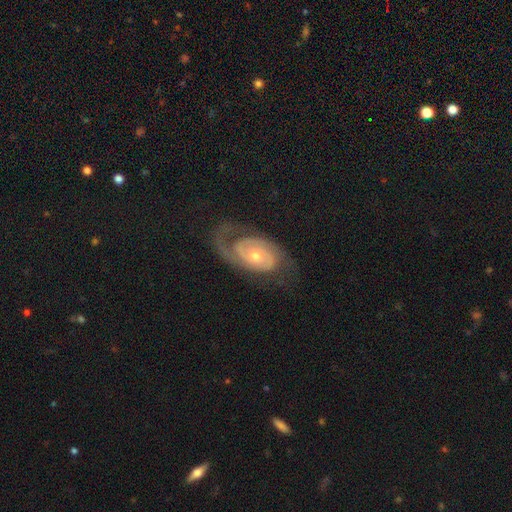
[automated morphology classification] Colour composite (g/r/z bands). It shows a featured or disk galaxy (86%) with no bar (71%), 2 (63%) tight (50%) spiral arms (94%) and a small central bulge (48%, tied with moderate). Merging: none (64%).